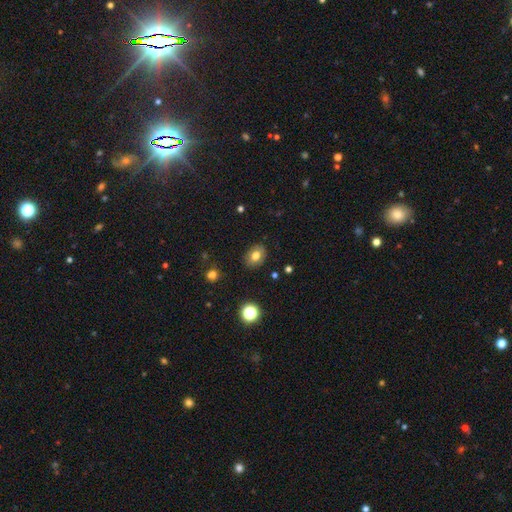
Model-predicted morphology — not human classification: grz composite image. It shows a smooth galaxy with no disk features (76%) that is in between round and cigar-shaped (65%). Merging: none (86%).